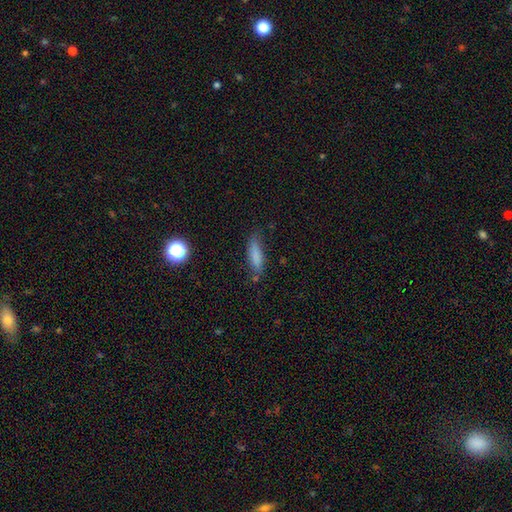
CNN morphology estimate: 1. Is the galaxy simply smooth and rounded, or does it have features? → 80% smooth, 11% featured or disk, 9% star or artifact.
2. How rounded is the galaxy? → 60% cigar-shaped, 38% in between, 2% round.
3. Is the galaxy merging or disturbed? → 68% none, 23% minor disturbance, 6% major disturbance, 4% merger.